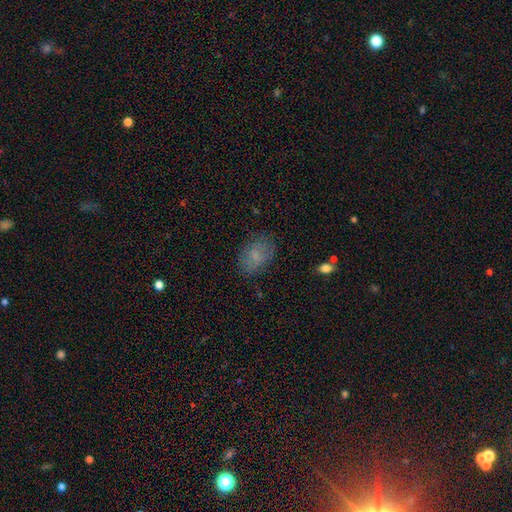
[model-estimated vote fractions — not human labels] A smooth galaxy with no disk features (72%) that is in between round and cigar-shaped (82%). Merging: none (75%).